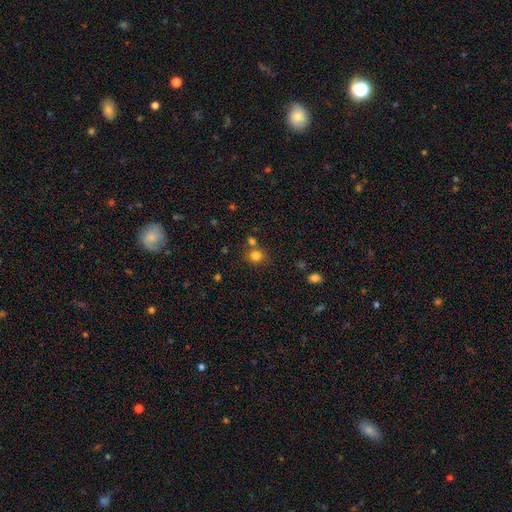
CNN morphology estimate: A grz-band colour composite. It shows a smooth galaxy with no disk features (81%) that is round (83%). Merging: none (67%).